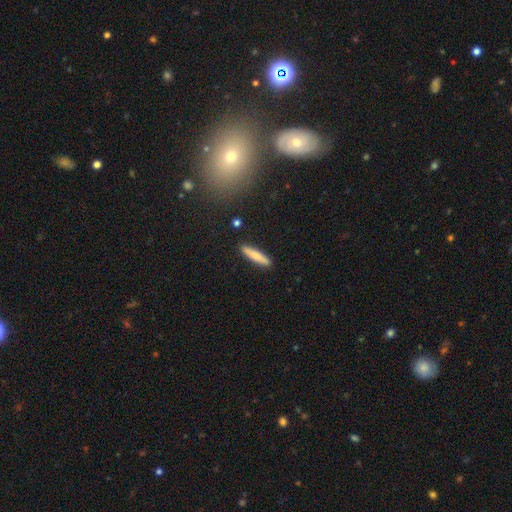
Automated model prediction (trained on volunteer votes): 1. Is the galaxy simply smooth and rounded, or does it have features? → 75% smooth, 19% featured or disk, 6% star or artifact.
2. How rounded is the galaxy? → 86% cigar-shaped, 12% in between, 1% round.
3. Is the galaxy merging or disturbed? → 90% none, 7% minor disturbance, 2% major disturbance, 2% merger.